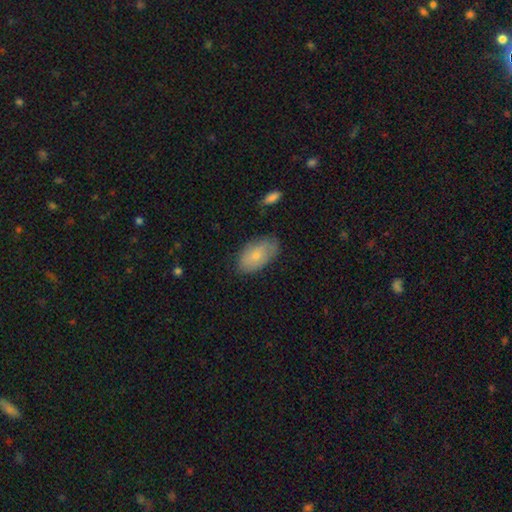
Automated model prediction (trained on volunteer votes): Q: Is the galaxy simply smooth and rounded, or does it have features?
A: smooth — 73%.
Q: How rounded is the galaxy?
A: in between — 93%.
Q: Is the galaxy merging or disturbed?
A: none — 72%.